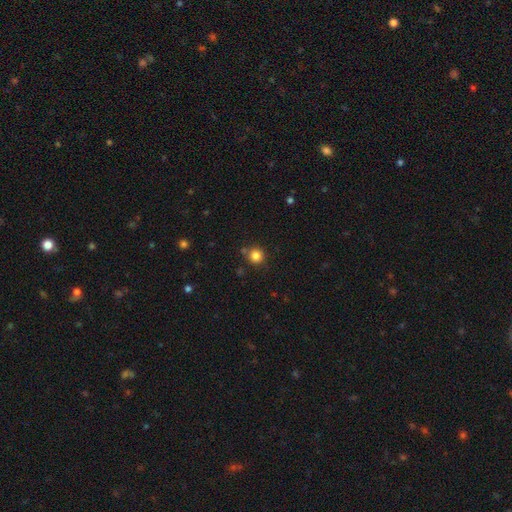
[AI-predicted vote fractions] A smooth galaxy with no disk features (83%) that is round (92%).

Vote fractions:
- Smooth or featured? smooth: 83% / star or artifact: 12% / featured or disk: 5%
- How rounded? round: 92% / in between: 7% / cigar-shaped: 1%
- Merging? none: 81% / minor disturbance: 9% / merger: 7% / major disturbance: 3%